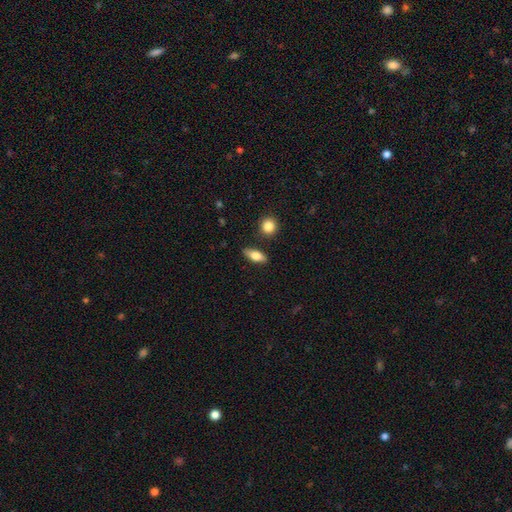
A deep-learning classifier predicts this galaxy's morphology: smooth 73%, featured or disk 20%, star or artifact 7%. Down the decision tree: how rounded — in between (75%); merging — none (83%).